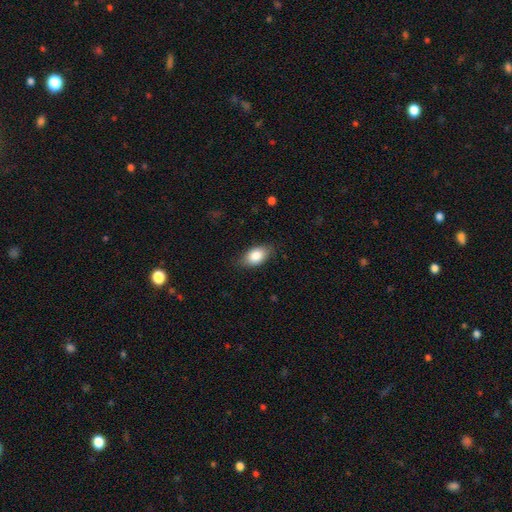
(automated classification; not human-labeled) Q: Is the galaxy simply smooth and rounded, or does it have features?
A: smooth — 85%.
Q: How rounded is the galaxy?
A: in between — 90%.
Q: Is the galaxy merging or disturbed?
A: none — 79%.